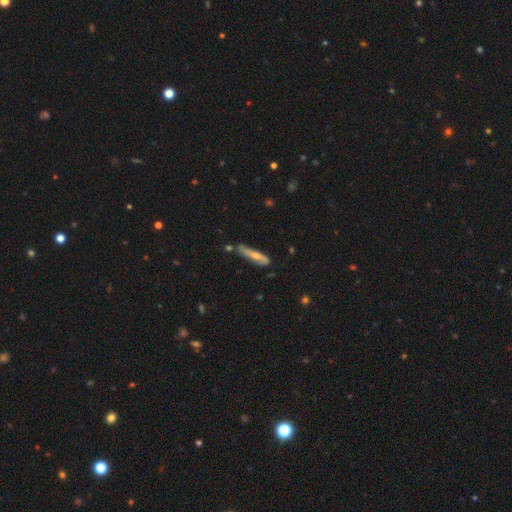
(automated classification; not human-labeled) This appears to be a smooth galaxy with no disk features (50%). Merging: none (57%).